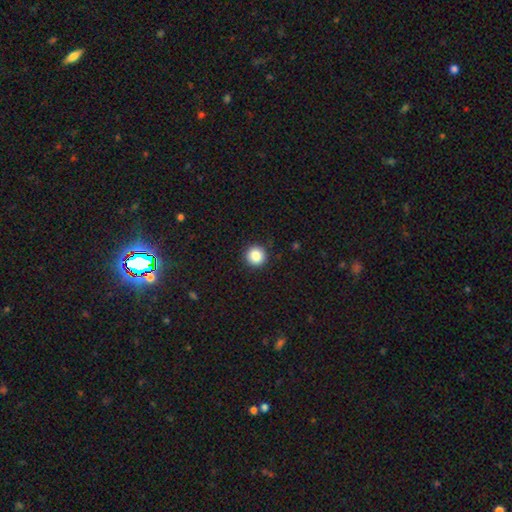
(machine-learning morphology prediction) smooth 87%, star or artifact 10%, featured or disk 4%. Down the decision tree: how rounded — round (95%); merging — none (92%).